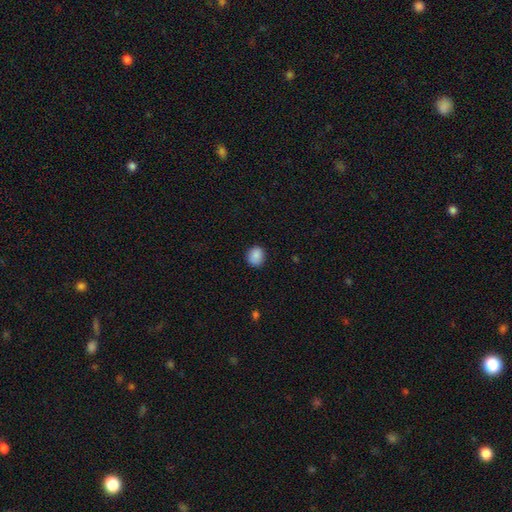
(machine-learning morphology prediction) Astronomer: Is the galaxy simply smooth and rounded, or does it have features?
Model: smooth — 88%.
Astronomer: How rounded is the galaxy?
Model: round — 76%.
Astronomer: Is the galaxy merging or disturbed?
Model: none — 87%.